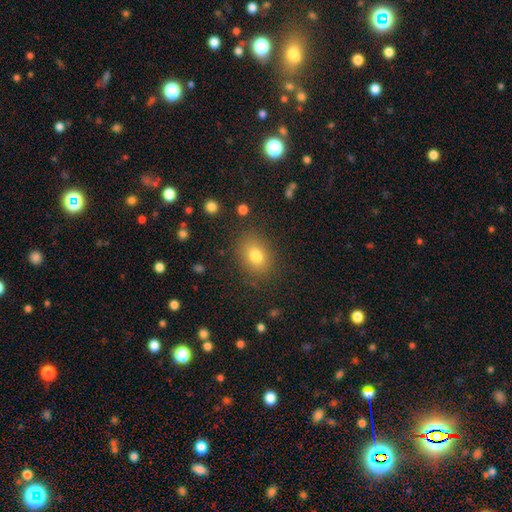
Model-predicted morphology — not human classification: The model was most divided on "how rounded": in between: 64%, round: 35%, cigar-shaped: 1%. More confident: merging — none (83%); smooth or featured — smooth (78%).